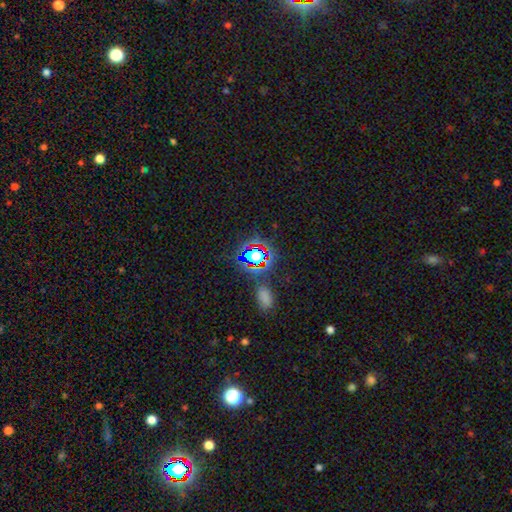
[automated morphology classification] Smooth or featured: star or artifact — 59% (smooth — 30%)